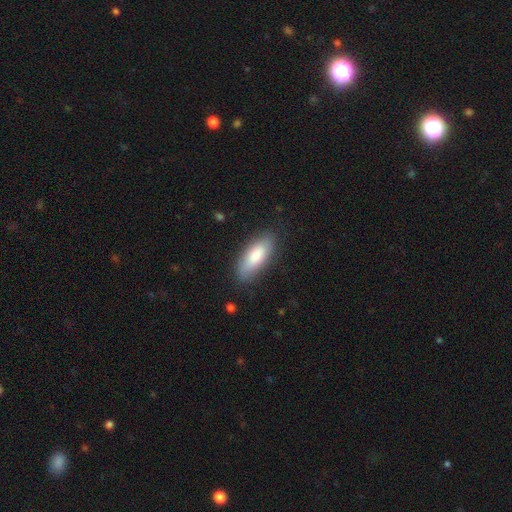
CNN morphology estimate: Overall: smooth (78%). How rounded: in between (76%). Merging: none (82%).